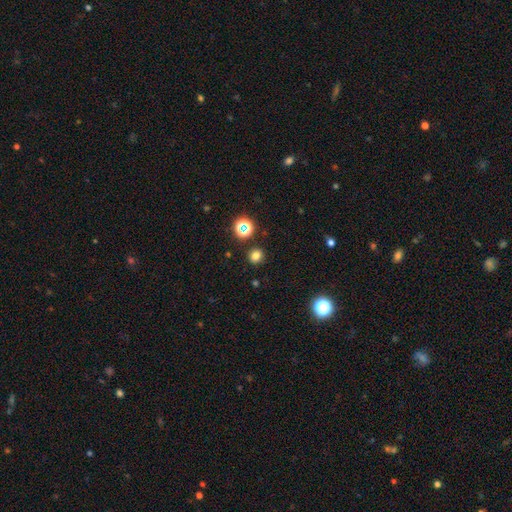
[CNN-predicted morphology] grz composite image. It shows a smooth galaxy with no disk features (76%) that is round (86%). Merging: none (89%).